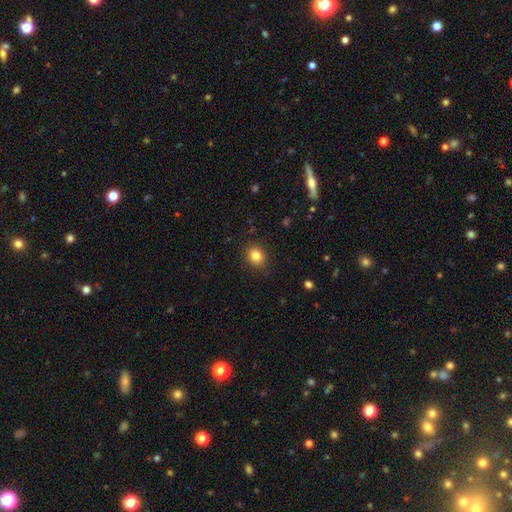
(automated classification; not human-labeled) A smooth galaxy with no disk features (83%) that is round (67%). Merging: none (88%).